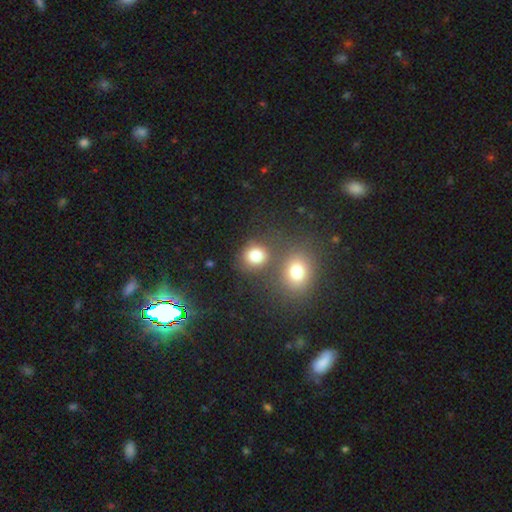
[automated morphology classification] This appears to be a smooth galaxy with no disk features (78%) that is round (75%). Merging: none (59%).